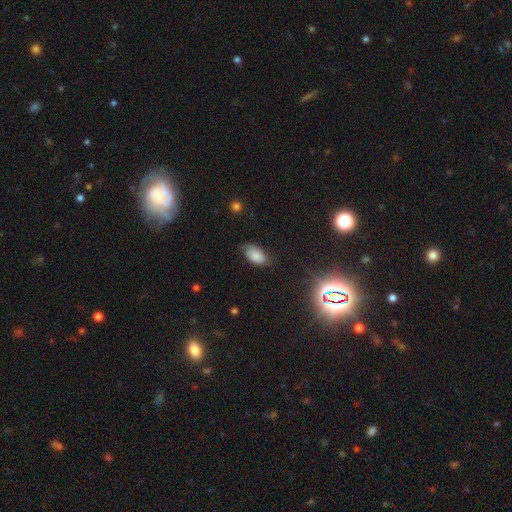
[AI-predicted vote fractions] A smooth galaxy with no disk features (75%) that is in between round and cigar-shaped (94%). Merging: none (65%).